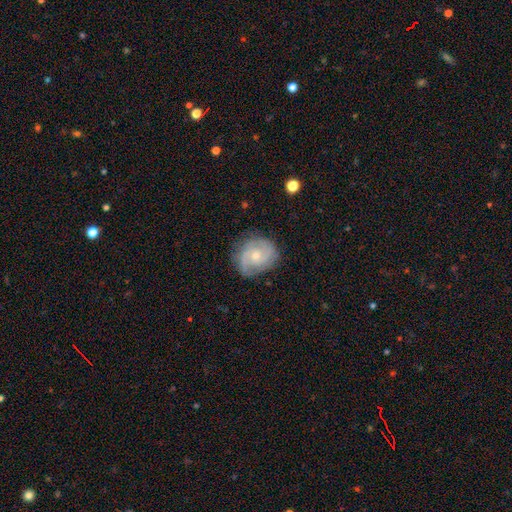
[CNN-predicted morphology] Smooth or featured?
  - featured or disk: 79% *
  - smooth: 16%
  - star or artifact: 6%
Edge-on disk?
  - no: 98% *
  - yes: 2%
Bar?
  - no: 70% *
  - weak: 26%
  - strong: 4%
Spiral arms?
  - yes: 95% *
  - no: 5%
Spiral winding?
  - tight: 49% *
  - medium: 40%
  - loose: 11%
Spiral arm count?
  - 2: 62% *
  - can't tell: 15%
  - 3: 13%
  - 1: 4%
  - 4: 3%
  - more than 4: 2%
Bulge size?
  - small: 62% *
  - moderate: 35%
  - none: 2%
  - large: 1%
  - dominant: 1%
Merging?
  - none: 75% *
  - minor disturbance: 18%
  - major disturbance: 6%
  - merger: 1%